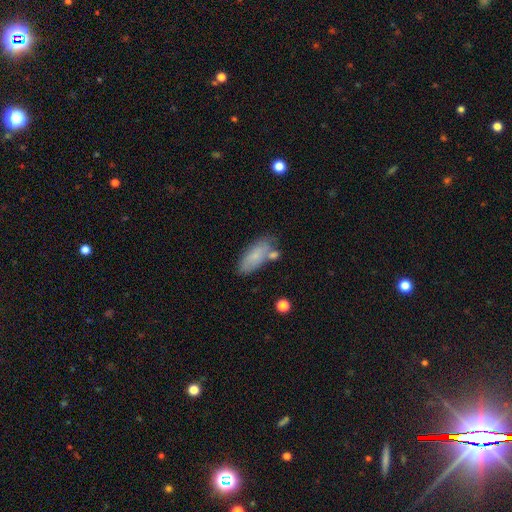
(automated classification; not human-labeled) The model was most divided on "merging": none: 62%, minor disturbance: 20%, merger: 12%, major disturbance: 6%. More confident: how rounded — in between (79%); smooth or featured — smooth (74%).